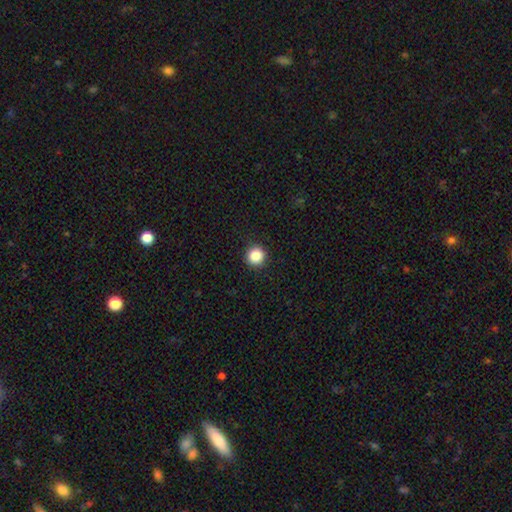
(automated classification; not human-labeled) Smooth or featured? smooth (87%)
How rounded? round (95%)
Merging? none (92%)